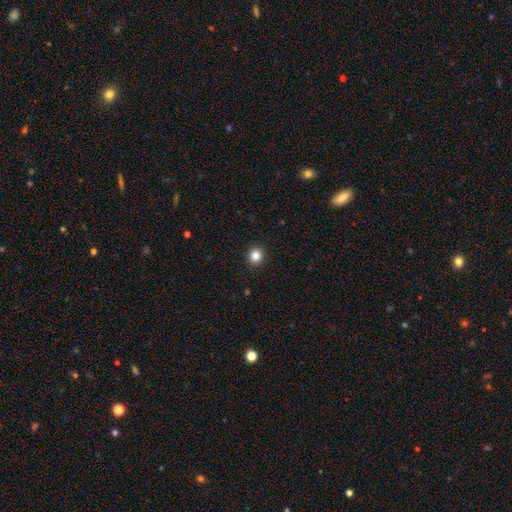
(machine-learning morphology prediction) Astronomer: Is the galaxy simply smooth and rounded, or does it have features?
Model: smooth — 84%.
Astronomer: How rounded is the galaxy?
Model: round — 89%.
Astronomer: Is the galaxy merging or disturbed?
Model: none — 93%.